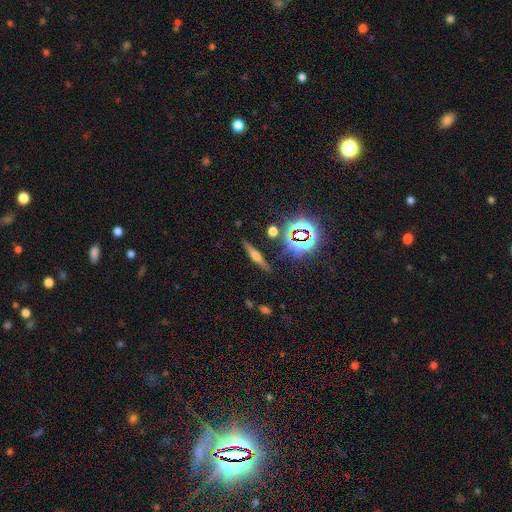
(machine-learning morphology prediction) A featured or disk galaxy (58%) viewed edge-on (95%) with a rounded central bulge (86%).

Vote fractions:
- Smooth or featured? featured or disk: 58% / smooth: 23% / star or artifact: 18%
- Edge-on disk? yes: 95% / no: 5%
- Edge-on bulge? rounded: 86% / boxy: 9% / none: 4%
- Merging? none: 86% / minor disturbance: 9% / merger: 3% / major disturbance: 3%